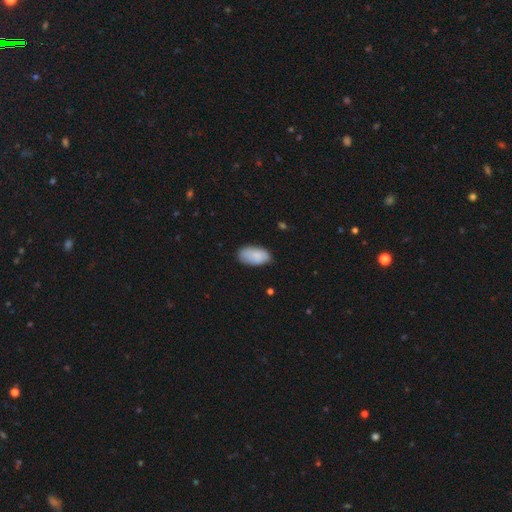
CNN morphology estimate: smooth_or_featured: smooth (p=0.83) [alt: featured or disk p=0.11]
how_rounded: in between (p=0.95) [alt: round p=0.03]
merging: none (p=0.74) [alt: minor disturbance p=0.21]